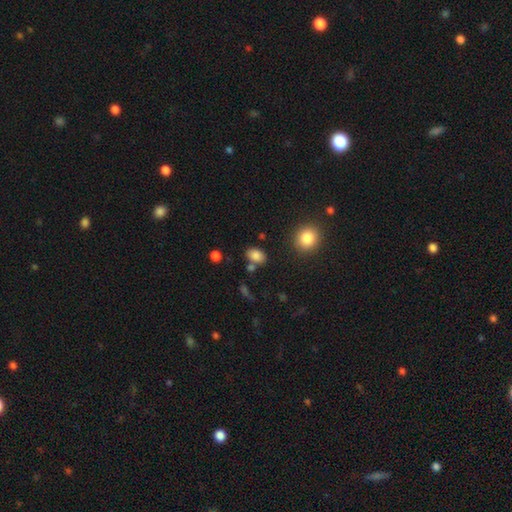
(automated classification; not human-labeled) The model was most divided on "merging": none: 73%, minor disturbance: 13%, merger: 11%, major disturbance: 4%. More confident: smooth or featured — smooth (84%); how rounded — in between (81%).